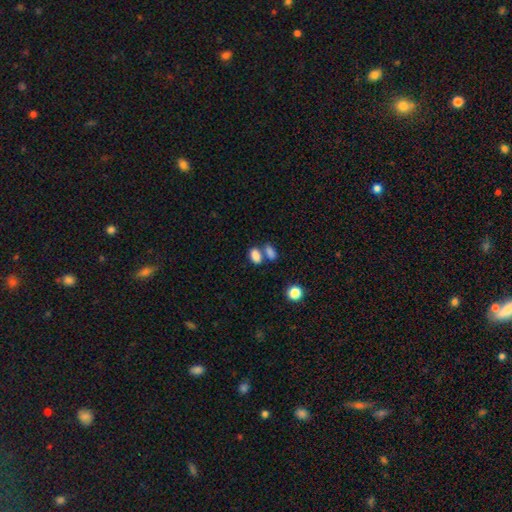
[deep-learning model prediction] A smooth galaxy with no disk features (84%) that is in between round and cigar-shaped (88%).

Vote fractions:
- Smooth or featured? smooth: 84% / star or artifact: 10% / featured or disk: 7%
- How rounded? in between: 88% / round: 9% / cigar-shaped: 3%
- Merging? none: 44% / merger: 41% / minor disturbance: 10% / major disturbance: 4%